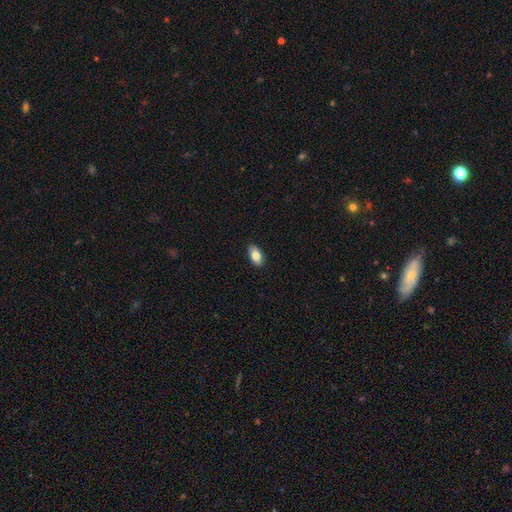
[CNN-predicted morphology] Smooth or featured? Predicted: smooth (p=0.83). How rounded? Predicted: in between (p=0.92). Merging? Predicted: none (p=0.89).